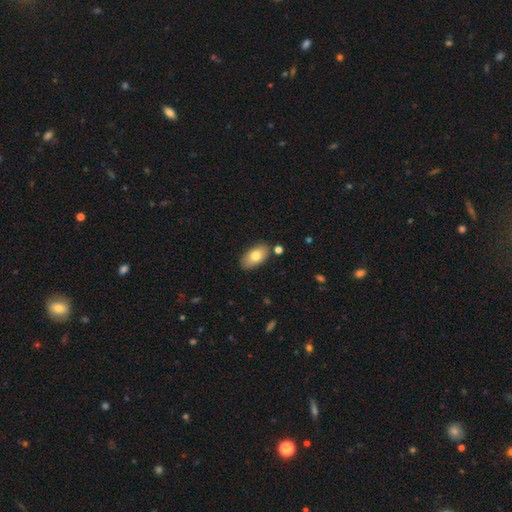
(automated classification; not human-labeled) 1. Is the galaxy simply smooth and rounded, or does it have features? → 76% smooth, 17% featured or disk, 7% star or artifact.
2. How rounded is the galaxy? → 93% in between, 5% round, 3% cigar-shaped.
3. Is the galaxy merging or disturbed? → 82% none, 11% minor disturbance, 4% merger, 2% major disturbance.